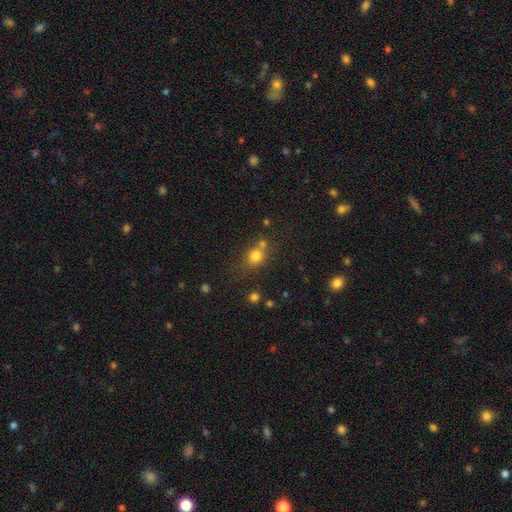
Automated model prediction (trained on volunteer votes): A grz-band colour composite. It shows a smooth galaxy with no disk features (77%) that is round (70%). Merging: none (55%).